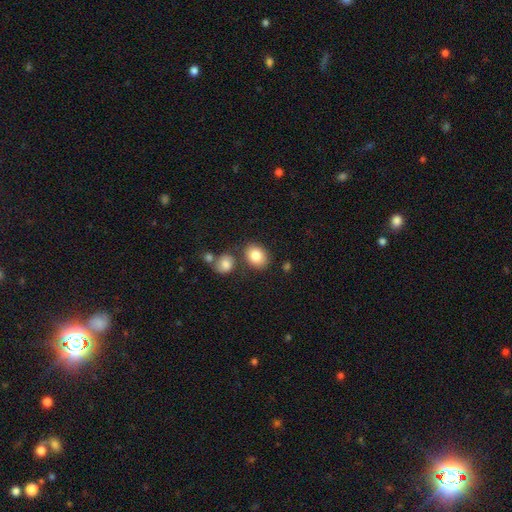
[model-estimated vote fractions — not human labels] Smooth or featured? smooth (83%)
How rounded? in between (59%)
Merging? none (75%)